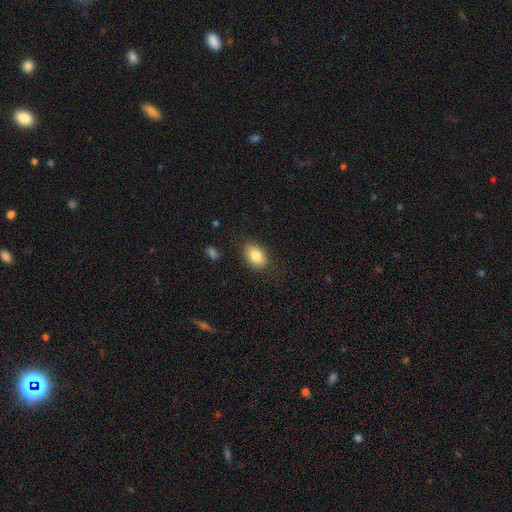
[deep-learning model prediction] smooth 85%, featured or disk 8%, star or artifact 7%. Down the decision tree: how rounded — in between (84%); merging — none (83%).